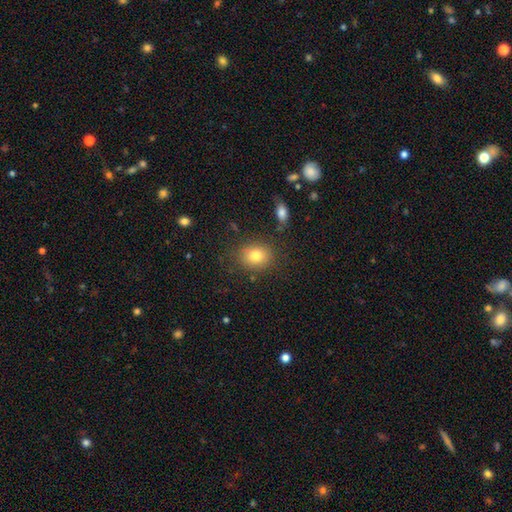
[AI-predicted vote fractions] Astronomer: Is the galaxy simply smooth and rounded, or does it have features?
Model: smooth — 80%.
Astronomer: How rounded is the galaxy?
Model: round — 54% (runner-up: in between, 45%).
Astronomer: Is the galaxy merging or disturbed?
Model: none — 81%.